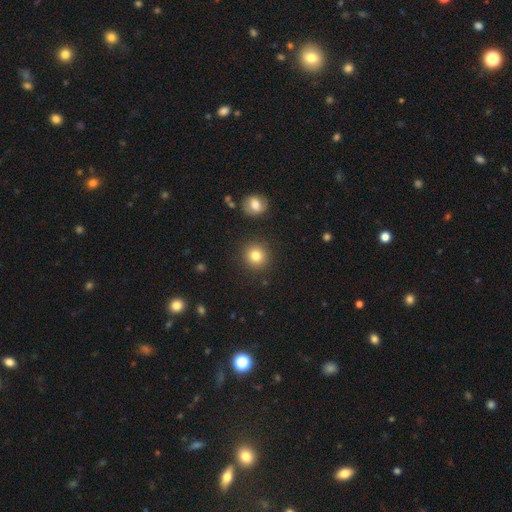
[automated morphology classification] This is clearly a smooth galaxy (81%). How rounded: clearly round (92%). Merging: clearly none (89%).